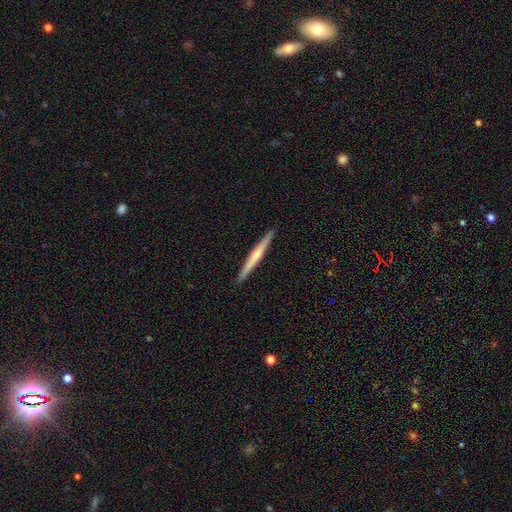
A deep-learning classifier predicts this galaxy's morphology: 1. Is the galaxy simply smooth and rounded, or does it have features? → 51% featured or disk, 44% smooth, 5% star or artifact.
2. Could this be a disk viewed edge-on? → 97% yes, 3% no.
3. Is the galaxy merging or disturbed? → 92% none, 5% minor disturbance, 1% major disturbance, 1% merger.